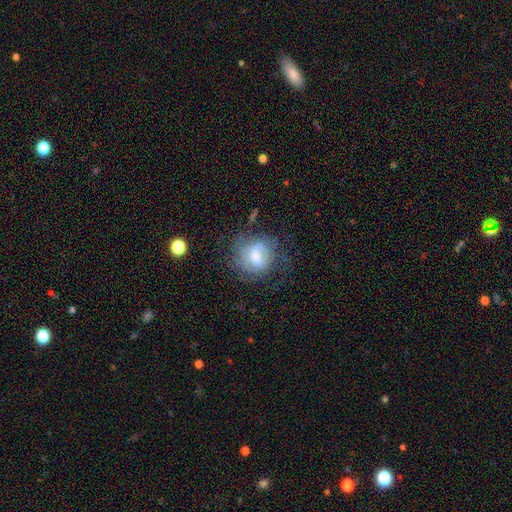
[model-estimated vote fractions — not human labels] A smooth galaxy with no disk features (48%). Merging: none (56%).